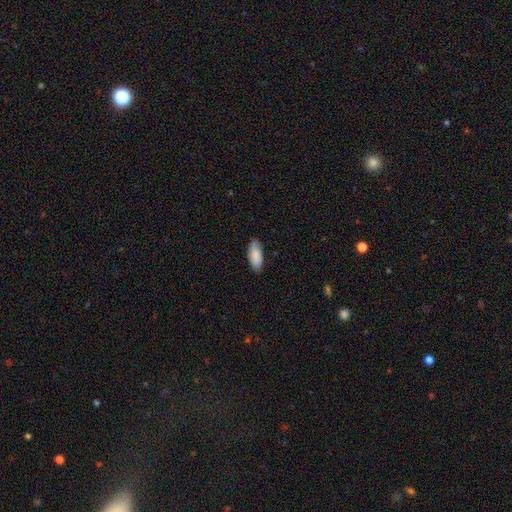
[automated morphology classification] smooth_or_featured: smooth (p=0.87) [alt: featured or disk p=0.08]
how_rounded: in between (p=0.80) [alt: cigar-shaped p=0.18]
merging: none (p=0.84) [alt: minor disturbance p=0.13]